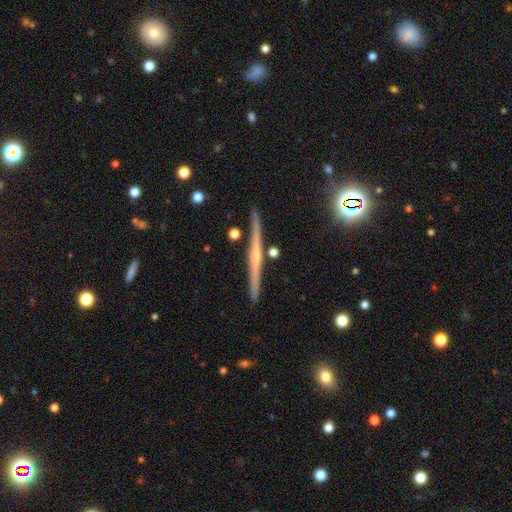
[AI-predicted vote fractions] smooth-or-featured: featured or disk: 70% | smooth: 23% | star or artifact: 8%
  disk-edge-on: yes: 98% | no: 2%
    edge-on-bulge: none: 46% | rounded: 45% | boxy: 9%
  merging: none: 89% | minor disturbance: 7% | merger: 3% | major disturbance: 1%